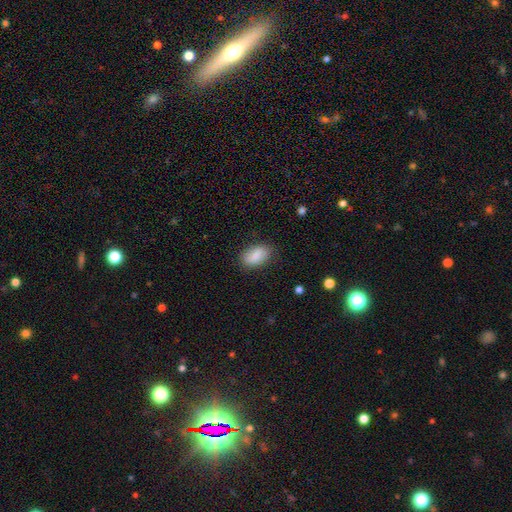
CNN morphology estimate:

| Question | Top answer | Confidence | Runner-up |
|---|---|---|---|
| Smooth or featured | smooth | 86% | featured or disk (7%) |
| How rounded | in between | 91% | round (7%) |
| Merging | none | 80% | minor disturbance (15%) |